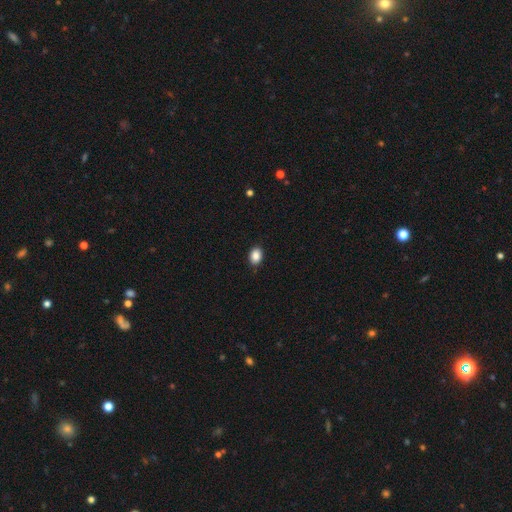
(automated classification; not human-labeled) smooth 88%, star or artifact 9%, featured or disk 4%. Down the decision tree: how rounded — in between (75%); merging — none (88%).